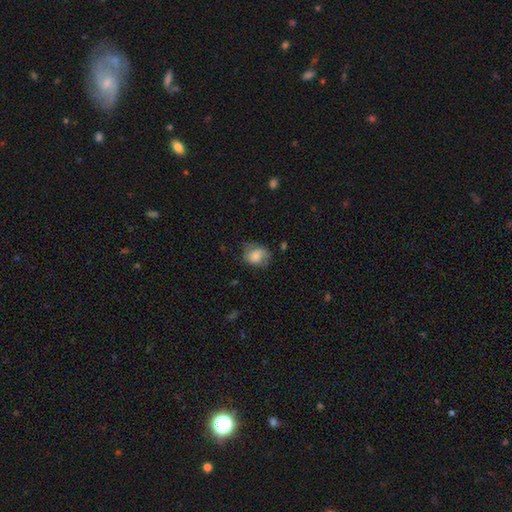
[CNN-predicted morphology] The model was most divided on "how rounded": round: 55%, in between: 44%, cigar-shaped: 1%. More confident: smooth or featured — smooth (67%); merging — none (56%).